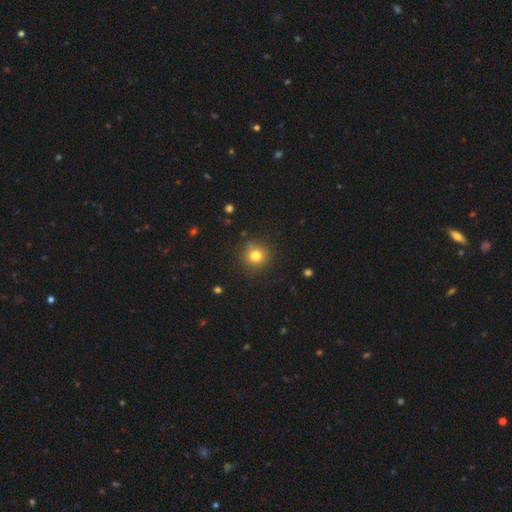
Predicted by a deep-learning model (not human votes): Smooth or featured?
  - smooth: 79% *
  - star or artifact: 13%
  - featured or disk: 8%
How rounded?
  - round: 93% *
  - in between: 6%
  - cigar-shaped: 1%
Merging?
  - none: 87% *
  - minor disturbance: 8%
  - major disturbance: 3%
  - merger: 2%